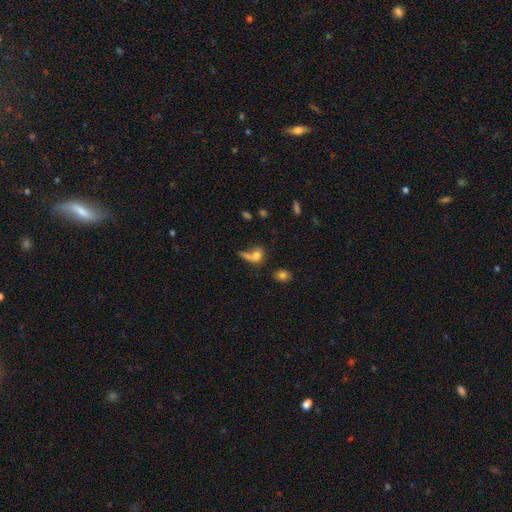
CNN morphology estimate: Overall: smooth (68%). How rounded: in between (52%; round 39%). Merging: merger (39%; none 31%).